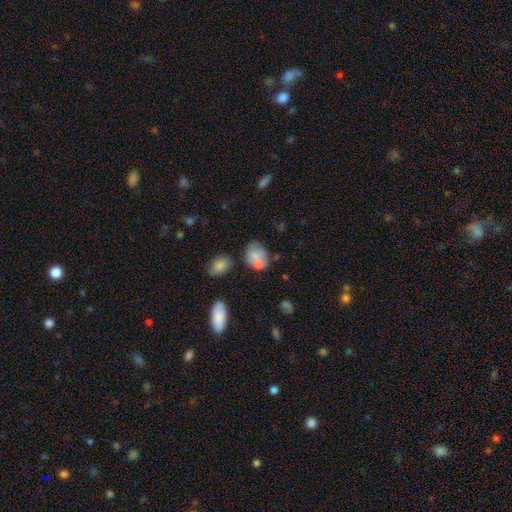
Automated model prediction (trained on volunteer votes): This is likely a smooth galaxy (69%). How rounded: possibly in between (59%). Merging: marginally none (42%).